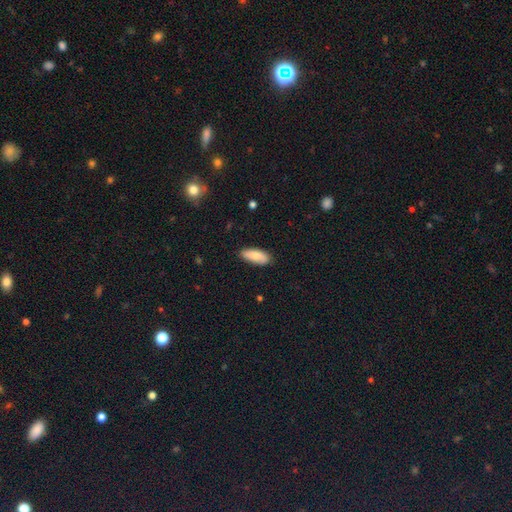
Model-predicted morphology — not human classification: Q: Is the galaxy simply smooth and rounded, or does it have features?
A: smooth — 79%.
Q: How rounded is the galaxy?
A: in between — 79%.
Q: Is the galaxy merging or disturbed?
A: none — 83%.